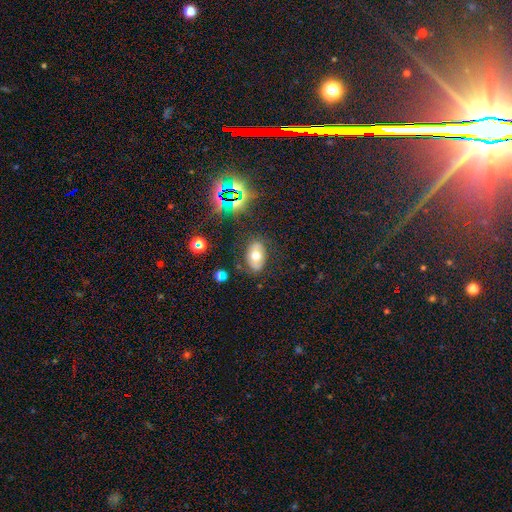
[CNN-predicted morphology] Q: Smooth or featured?
A: smooth (51%); runner-up: featured or disk (34%)
Q: How rounded?
A: in between (86%); runner-up: round (12%)
Q: Merging?
A: none (78%); runner-up: minor disturbance (15%)